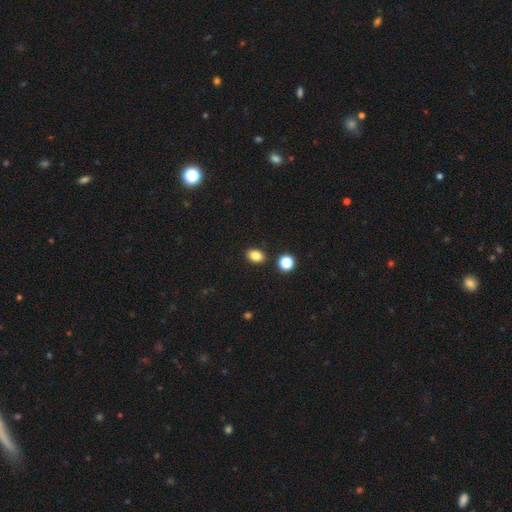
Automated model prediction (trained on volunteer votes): A smooth galaxy with no disk features (84%) that is in between round and cigar-shaped (74%).

Vote fractions:
- Smooth or featured? smooth: 84% / star or artifact: 11% / featured or disk: 5%
- How rounded? in between: 74% / round: 24% / cigar-shaped: 1%
- Merging? none: 86% / minor disturbance: 8% / merger: 4% / major disturbance: 2%